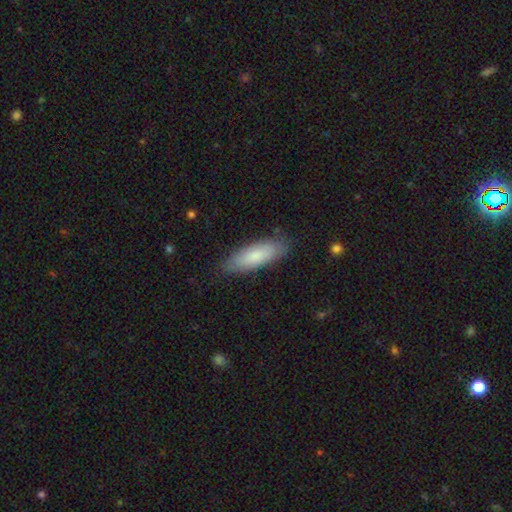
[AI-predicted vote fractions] Morphology: type=smooth (81%); roundness=in between (58%); merging=none (84%).